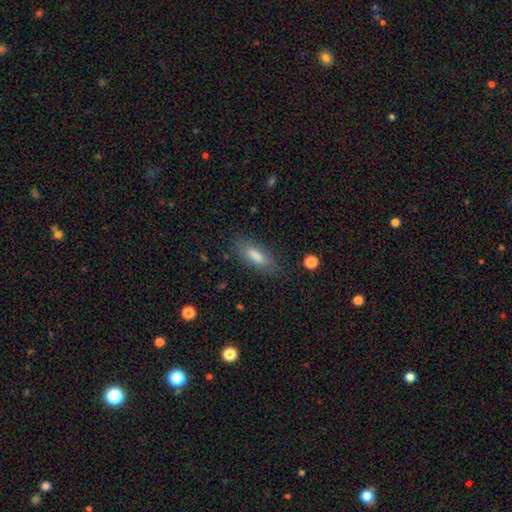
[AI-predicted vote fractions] This appears to be a smooth galaxy with no disk features (77%) that is in between round and cigar-shaped (65%). Merging: none (82%).